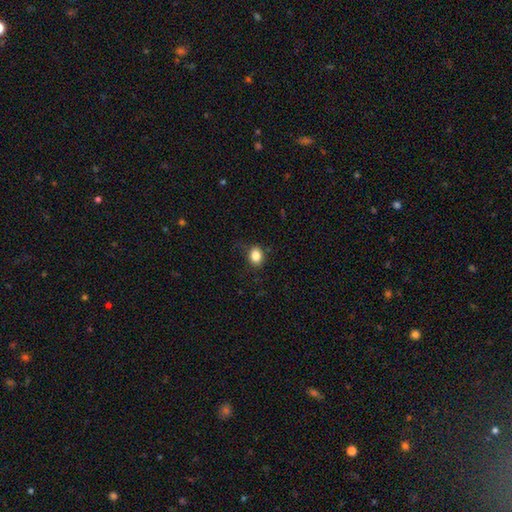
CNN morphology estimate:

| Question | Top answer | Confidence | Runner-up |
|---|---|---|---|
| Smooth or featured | smooth | 85% | star or artifact (10%) |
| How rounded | in between | 51% | round (48%) |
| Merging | none | 77% | minor disturbance (17%) |